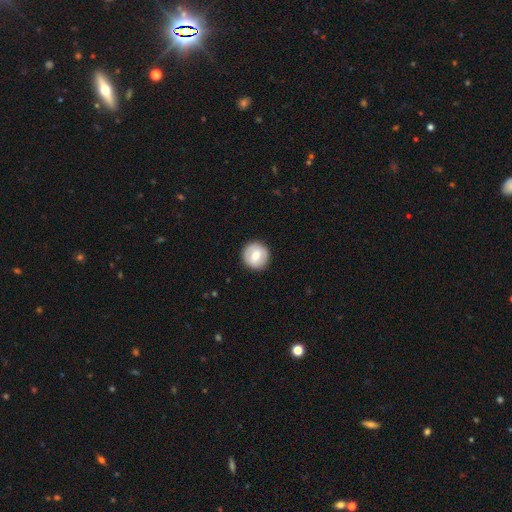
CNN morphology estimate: Smooth or featured? Predicted: smooth (p=0.65). How rounded? Predicted: round (p=0.93). Merging? Predicted: none (p=0.91).